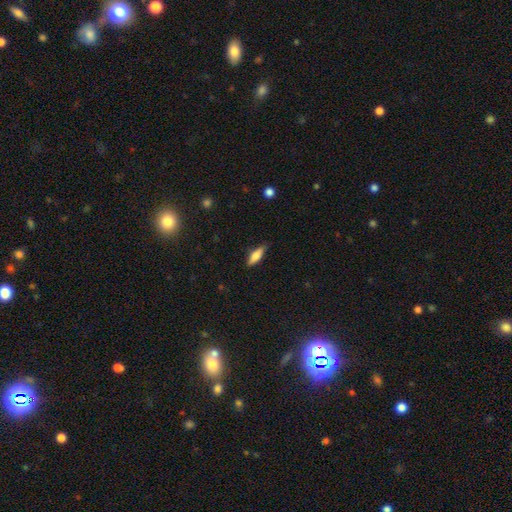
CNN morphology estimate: Overall: smooth (70%). How rounded: in between (52%; cigar-shaped 46%). Merging: none (81%).